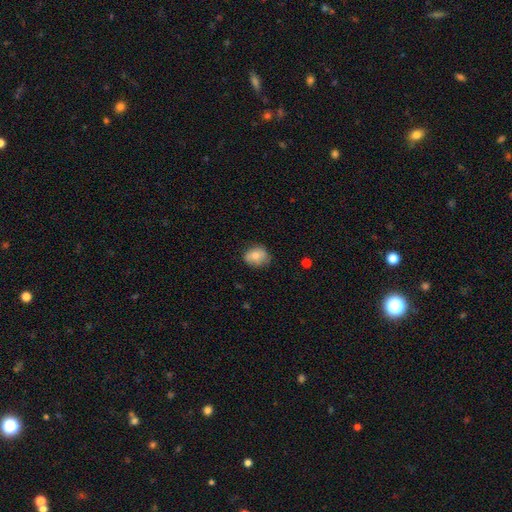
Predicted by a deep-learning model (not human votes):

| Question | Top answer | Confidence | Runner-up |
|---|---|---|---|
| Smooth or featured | smooth | 77% | featured or disk (15%) |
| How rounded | round | 55% | in between (44%) |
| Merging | none | 69% | minor disturbance (24%) |